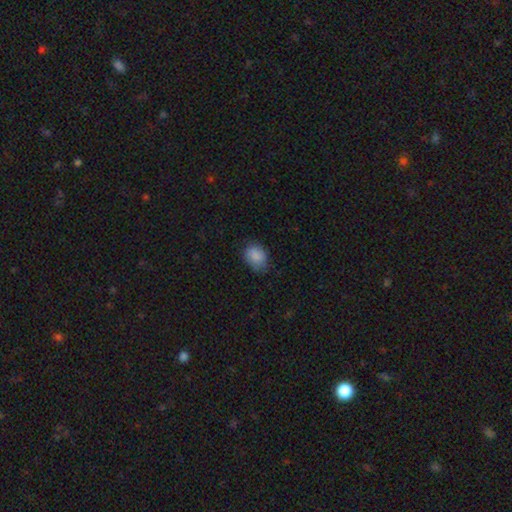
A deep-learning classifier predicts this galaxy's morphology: Smooth or featured? smooth (86%)
How rounded? in between (57%)
Merging? none (68%)